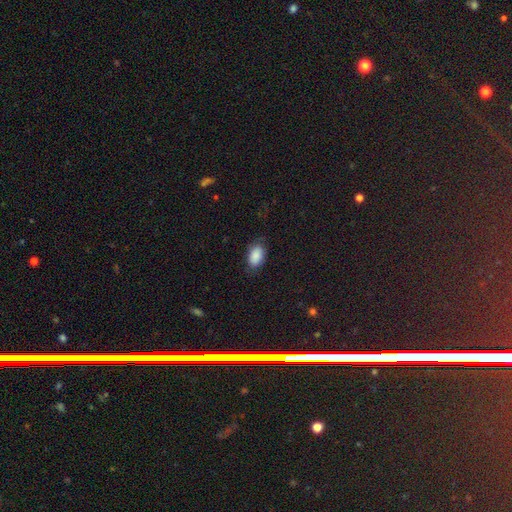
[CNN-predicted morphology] This is clearly a smooth galaxy (87%). How rounded: clearly in between (92%). Merging: likely none (76%).